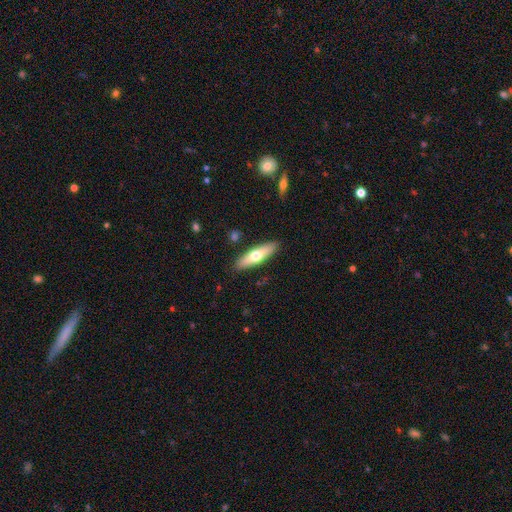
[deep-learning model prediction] A smooth galaxy with no disk features (56%) that is cigar-shaped (64%). Merging: none (89%).